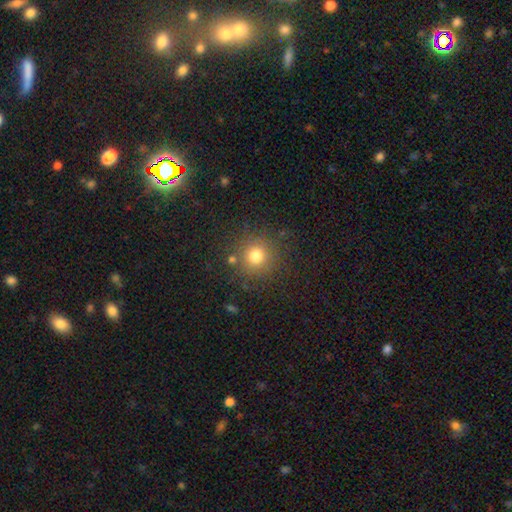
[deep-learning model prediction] This appears to be a smooth galaxy with no disk features (76%) that is round (92%). Merging: none (83%).